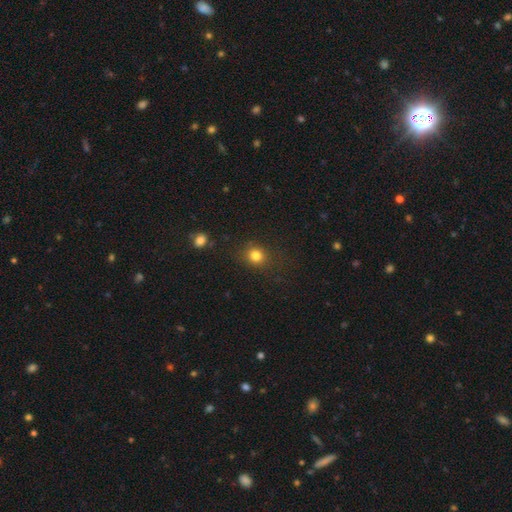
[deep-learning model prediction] smooth-or-featured: smooth: 82% | star or artifact: 13% | featured or disk: 5%
  how-rounded: round: 81% | in between: 18% | cigar-shaped: 1%
  merging: none: 85% | minor disturbance: 10% | major disturbance: 4% | merger: 2%